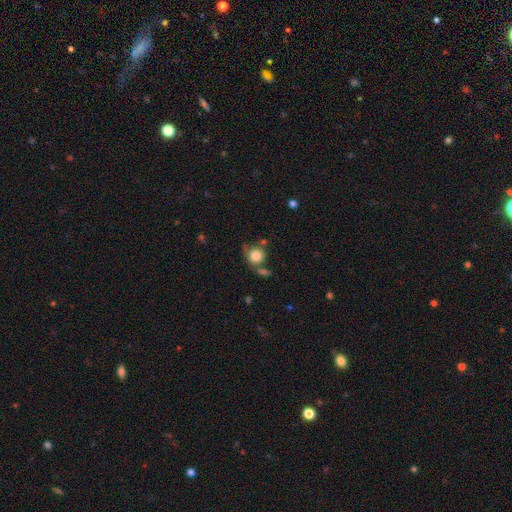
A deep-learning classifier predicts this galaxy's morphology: A smooth galaxy with no disk features (81%) that is round (90%).

Vote fractions:
- Smooth or featured? smooth: 81% / star or artifact: 10% / featured or disk: 9%
- How rounded? round: 90% / in between: 9% / cigar-shaped: 1%
- Merging? none: 60% / minor disturbance: 18% / merger: 15% / major disturbance: 7%